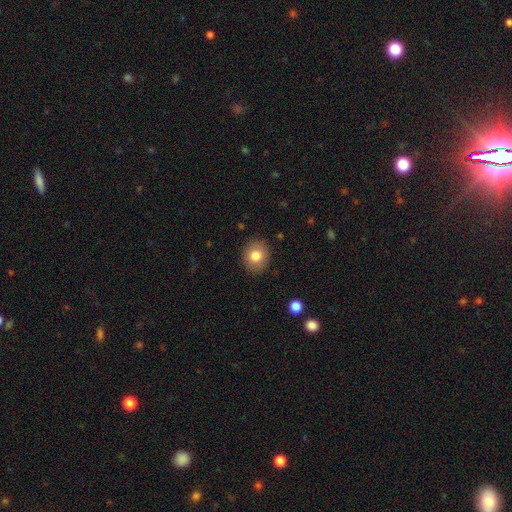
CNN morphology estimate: Smooth or featured? Predicted: smooth (p=0.81). How rounded? Predicted: round (p=0.73). Merging? Predicted: none (p=0.89).